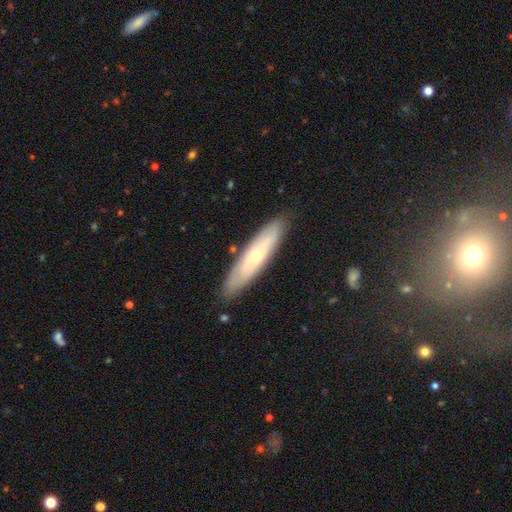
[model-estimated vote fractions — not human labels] Smooth or featured: featured or disk — 49% (smooth — 45%)
Merging: none — 85% (minor disturbance — 11%)